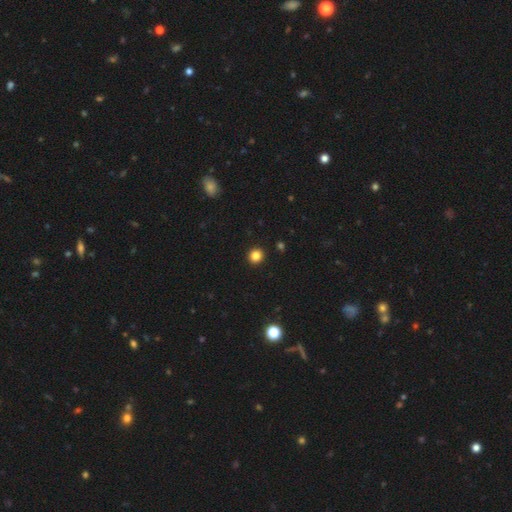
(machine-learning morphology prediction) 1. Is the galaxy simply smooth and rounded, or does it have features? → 84% smooth, 12% star or artifact, 4% featured or disk.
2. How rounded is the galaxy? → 91% round, 8% in between, 1% cigar-shaped.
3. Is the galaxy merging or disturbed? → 93% none, 4% minor disturbance, 2% major disturbance, 1% merger.